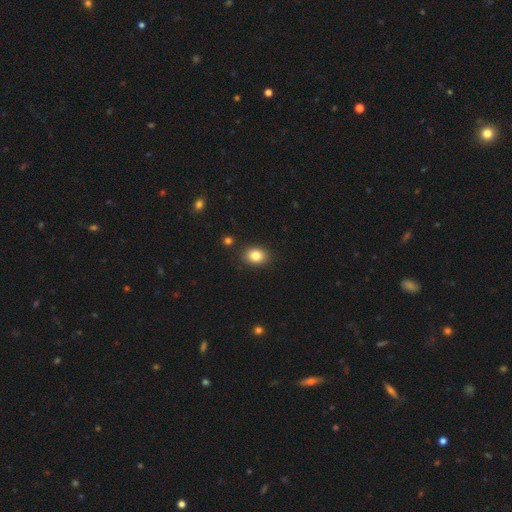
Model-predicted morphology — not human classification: Smooth or featured? smooth (84%)
How rounded? in between (58%)
Merging? none (88%)